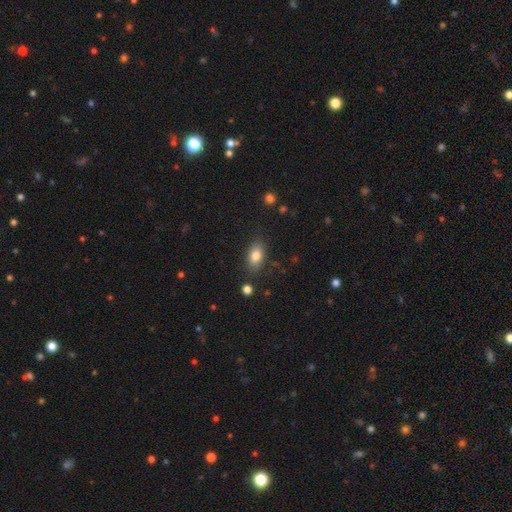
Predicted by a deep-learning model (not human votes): Overall: smooth (81%). How rounded: in between (86%). Merging: none (82%).